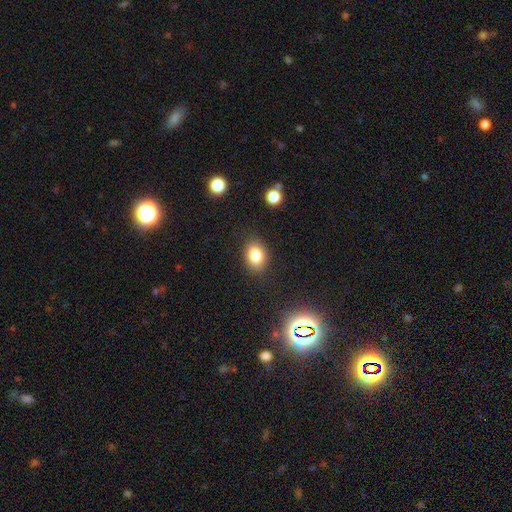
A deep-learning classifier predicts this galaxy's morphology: Smooth or featured?
  - smooth: 83% *
  - star or artifact: 10%
  - featured or disk: 7%
How rounded?
  - in between: 75% *
  - round: 24%
  - cigar-shaped: 1%
Merging?
  - none: 84% *
  - minor disturbance: 11%
  - major disturbance: 3%
  - merger: 2%